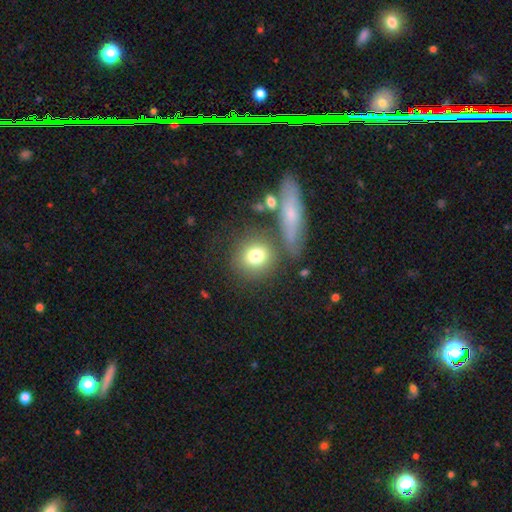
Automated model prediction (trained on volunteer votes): A smooth galaxy with no disk features (77%) that is round (77%). Merging: none (70%).